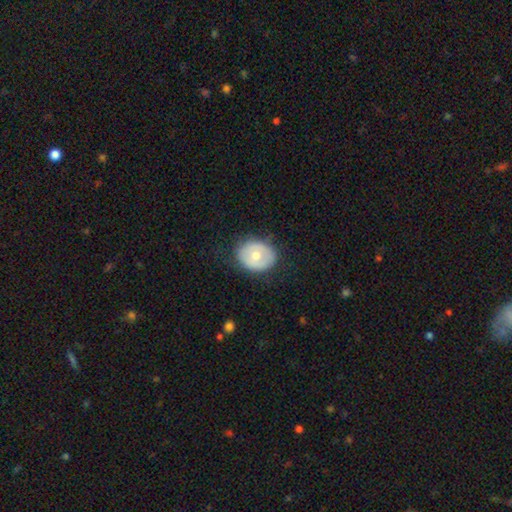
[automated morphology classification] Overall: smooth (59%; featured or disk 35%). How rounded: round (55%; in between 44%). Merging: none (78%).